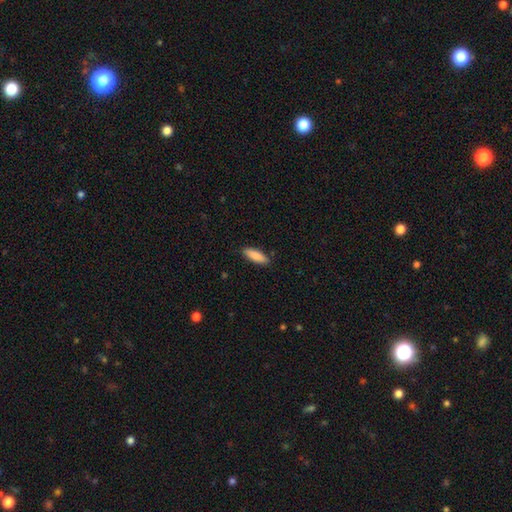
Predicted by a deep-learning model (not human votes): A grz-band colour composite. It shows a smooth galaxy with no disk features (87%) that is in between round and cigar-shaped (52%). Merging: none (87%).